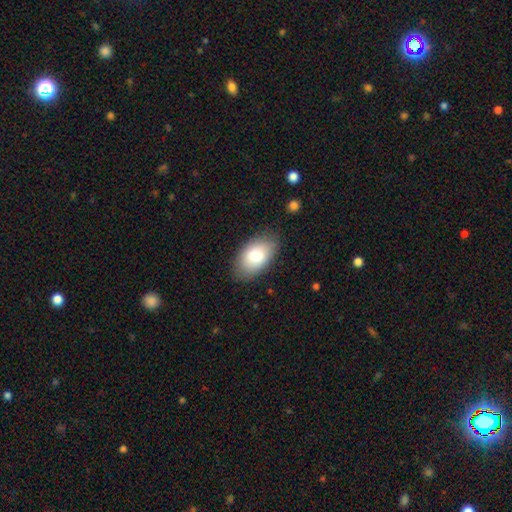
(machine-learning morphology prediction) Overall: smooth (80%). How rounded: in between (94%). Merging: none (82%).